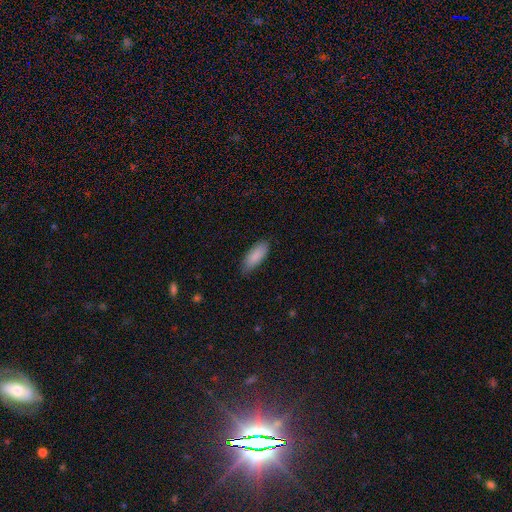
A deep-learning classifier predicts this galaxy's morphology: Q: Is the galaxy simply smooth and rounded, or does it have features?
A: smooth — 88%.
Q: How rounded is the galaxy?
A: in between — 79%.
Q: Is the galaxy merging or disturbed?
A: none — 77%.